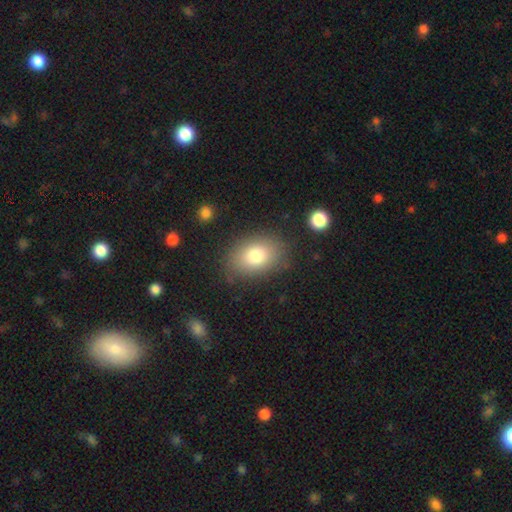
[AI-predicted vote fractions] Morphology: type=smooth (80%); roundness=in between (76%); merging=none (81%).